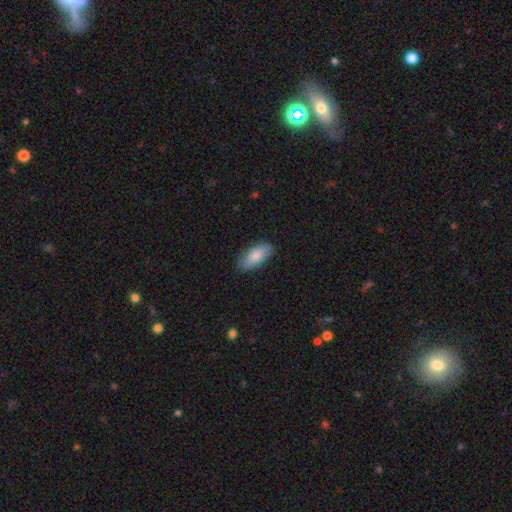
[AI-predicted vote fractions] Smooth or featured? Predicted: smooth (p=0.83). How rounded? Predicted: in between (p=0.86). Merging? Predicted: none (p=0.83).